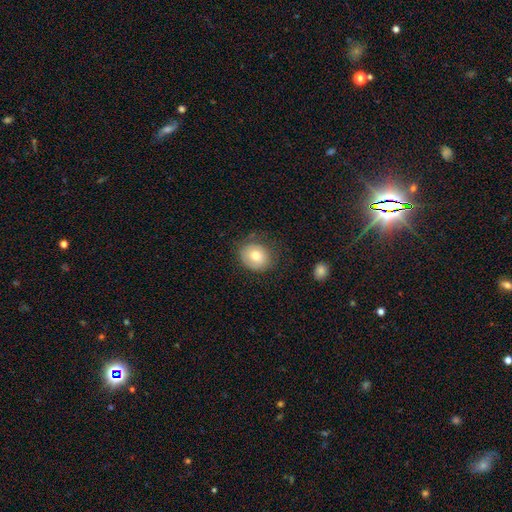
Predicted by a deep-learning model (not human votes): Smooth or featured: smooth — 71% (featured or disk — 21%)
How rounded: round — 67% (in between — 32%)
Merging: none — 68% (minor disturbance — 22%)